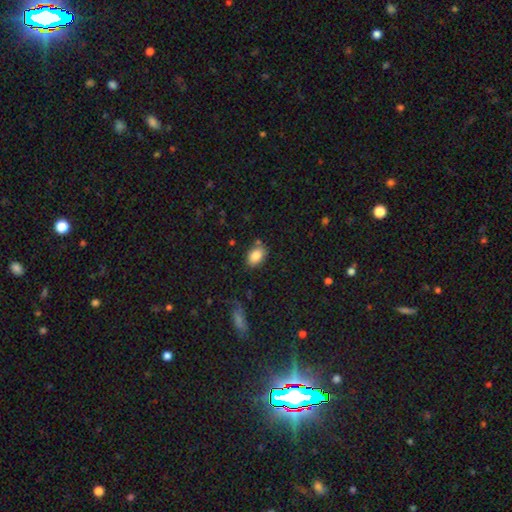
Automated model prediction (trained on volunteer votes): Smooth or featured? smooth (85%)
How rounded? in between (85%)
Merging? none (76%)